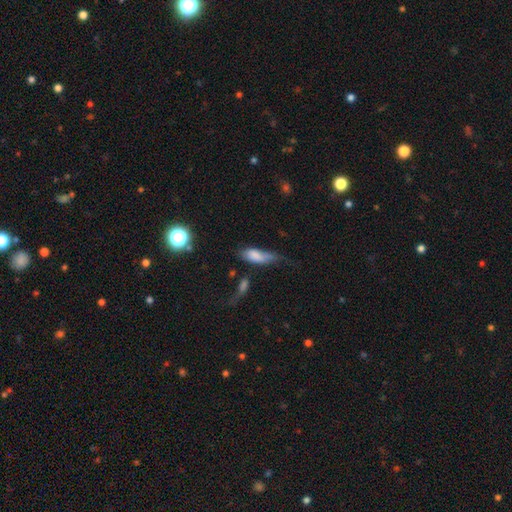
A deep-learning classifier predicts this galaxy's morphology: Overall: smooth (72%). How rounded: in between (76%). Merging: major disturbance (36%; minor disturbance 28%).